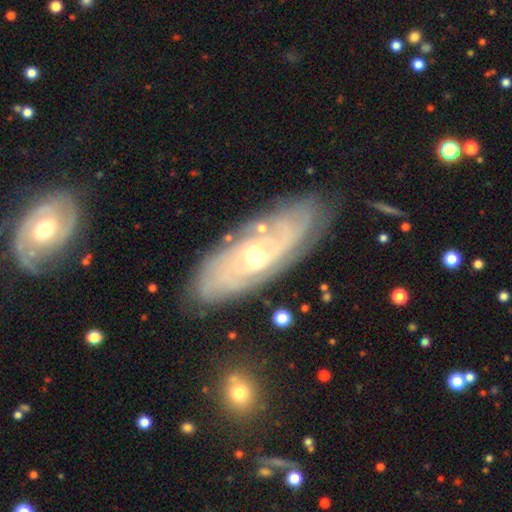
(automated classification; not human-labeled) The model was most divided on "bulge size": moderate: 62%, small: 32%, large: 4%, none: 1%, dominant: 1%. More confident: spiral arms — yes (91%); edge-on disk — no (84%); smooth or featured — featured or disk (81%); merging — none (79%); spiral winding — tight (70%); bar — no (63%); spiral arm count — can't tell (52%).